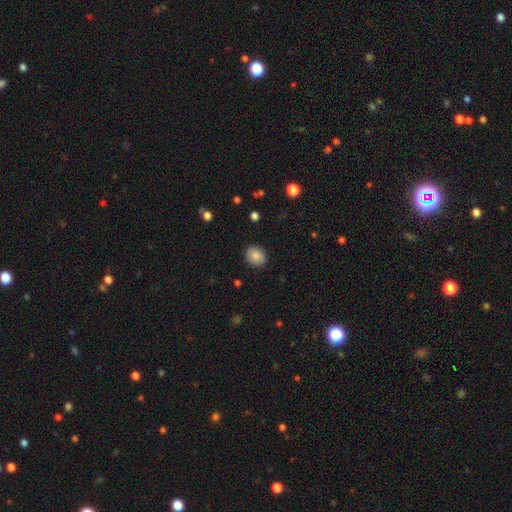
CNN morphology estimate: type=smooth (85%); roundness=round (66%); merging=none (89%).